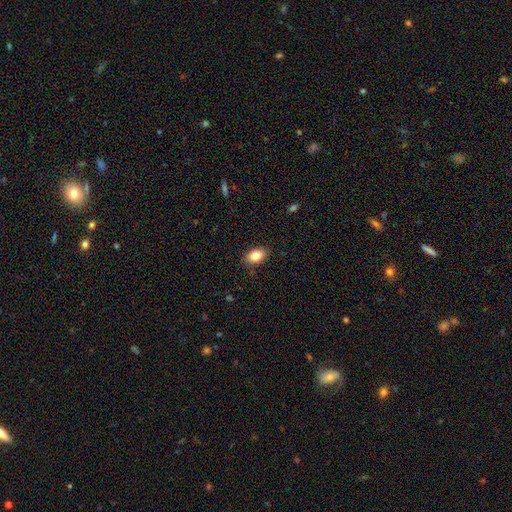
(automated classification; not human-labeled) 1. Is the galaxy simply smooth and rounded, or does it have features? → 83% smooth, 9% featured or disk, 8% star or artifact.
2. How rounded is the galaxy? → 87% in between, 11% round, 2% cigar-shaped.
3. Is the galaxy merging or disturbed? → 87% none, 10% minor disturbance, 2% major disturbance, 1% merger.